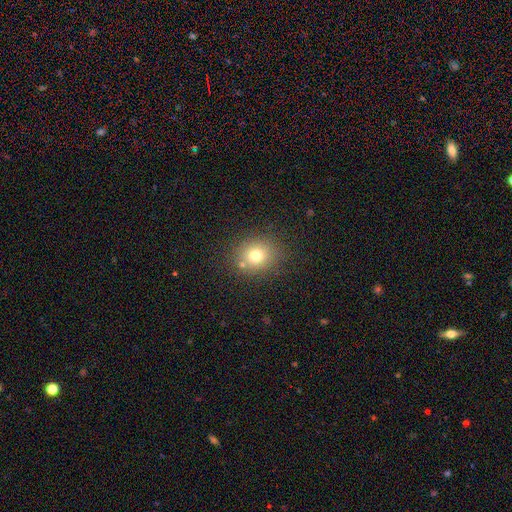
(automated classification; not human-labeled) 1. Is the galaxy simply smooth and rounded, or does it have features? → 74% smooth, 15% star or artifact, 11% featured or disk.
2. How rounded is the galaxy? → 74% round, 25% in between, 1% cigar-shaped.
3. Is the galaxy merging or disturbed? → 80% none, 10% minor disturbance, 6% merger, 4% major disturbance.